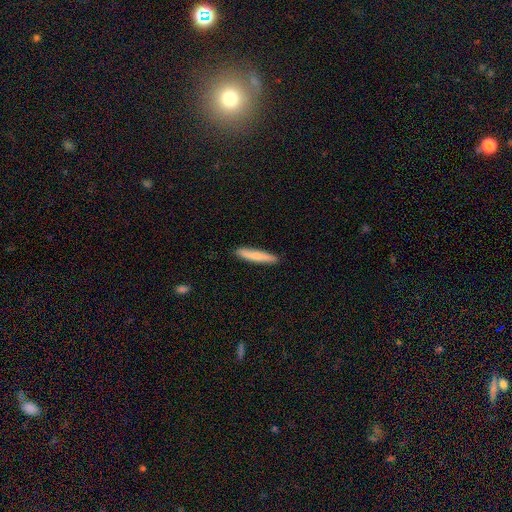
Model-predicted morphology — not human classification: This is likely a smooth galaxy (74%). How rounded: clearly cigar-shaped (92%). Merging: clearly none (89%).